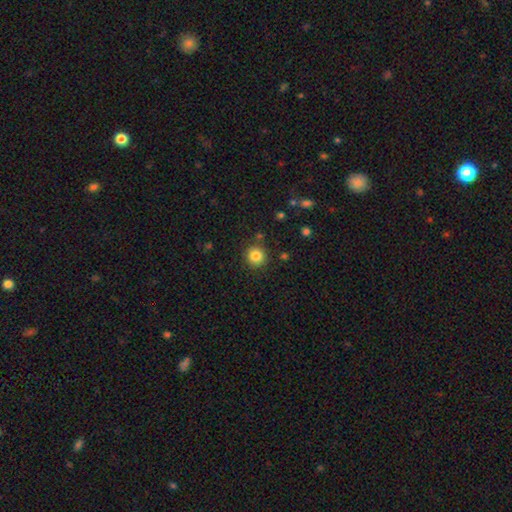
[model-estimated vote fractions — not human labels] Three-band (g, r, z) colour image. It shows a smooth galaxy with no disk features (84%) that is round (94%). Merging: none (88%).